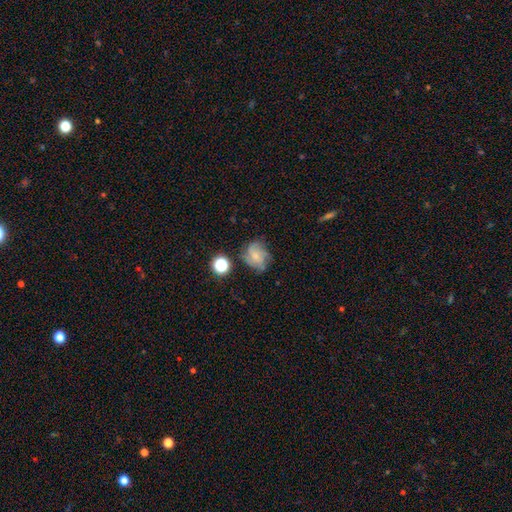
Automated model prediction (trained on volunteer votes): Smooth or featured: featured or disk — 56% (smooth — 30%)
Edge-on disk: no — 98% (yes — 2%)
Bar: no — 63% (weak — 31%)
Spiral arms: yes — 86% (no — 14%)
Bulge size: small — 53% (moderate — 23%)
Merging: none — 62% (minor disturbance — 22%)